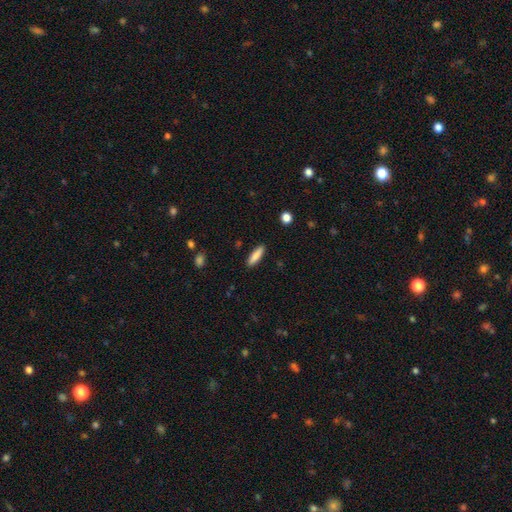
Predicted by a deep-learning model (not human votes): This appears to be a smooth galaxy with no disk features (85%) that is cigar-shaped (71%). Merging: none (90%).